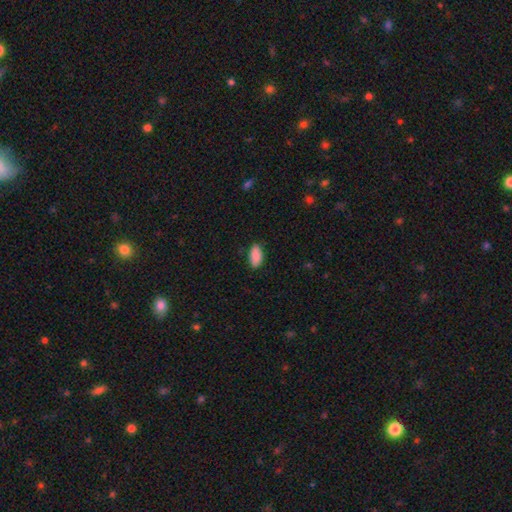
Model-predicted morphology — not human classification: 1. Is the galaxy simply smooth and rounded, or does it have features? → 88% smooth, 6% star or artifact, 5% featured or disk.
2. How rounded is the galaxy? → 93% in between, 5% cigar-shaped, 2% round.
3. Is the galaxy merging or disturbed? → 86% none, 11% minor disturbance, 2% major disturbance, 1% merger.